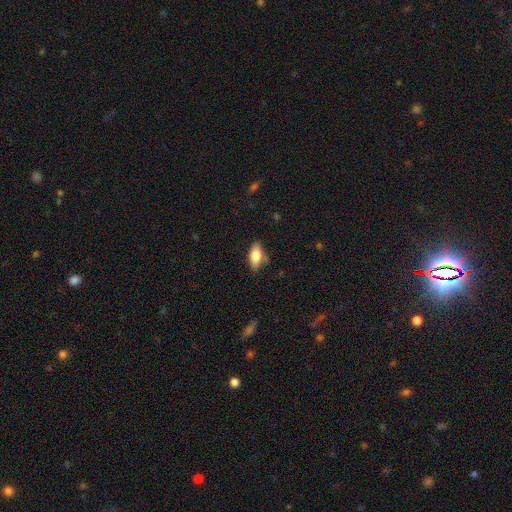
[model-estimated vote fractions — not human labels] smooth-or-featured: smooth: 76% | featured or disk: 17% | star or artifact: 7%
  how-rounded: in between: 86% | cigar-shaped: 11% | round: 4%
  merging: none: 73% | minor disturbance: 20% | major disturbance: 4% | merger: 3%